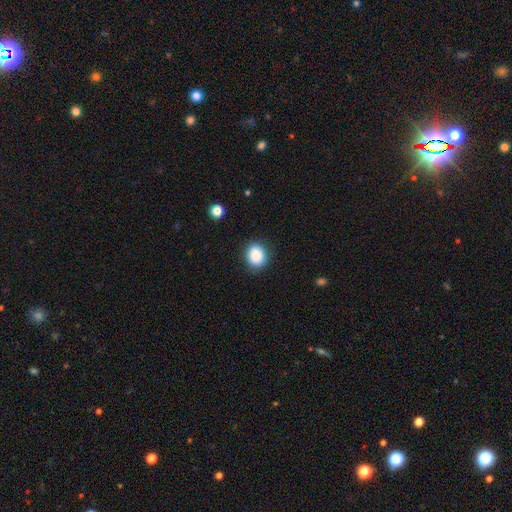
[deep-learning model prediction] smooth_or_featured: smooth (p=0.87) [alt: star or artifact p=0.09]
how_rounded: round (p=0.61) [alt: in between p=0.38]
merging: none (p=0.85) [alt: minor disturbance p=0.11]